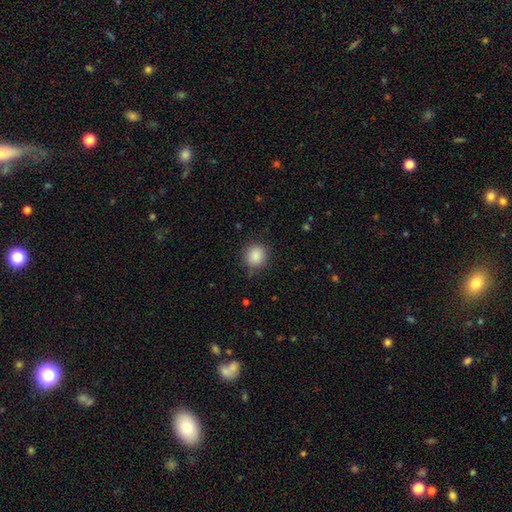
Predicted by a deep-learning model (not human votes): Q: Smooth or featured?
A: smooth (87%); runner-up: star or artifact (9%)
Q: How rounded?
A: round (89%); runner-up: in between (10%)
Q: Merging?
A: none (83%); runner-up: minor disturbance (12%)